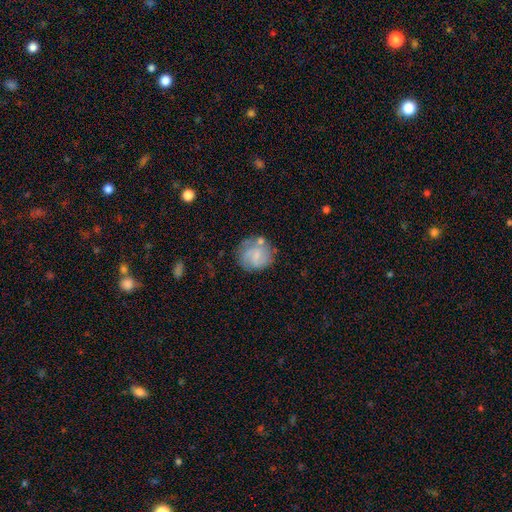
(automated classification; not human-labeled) Overall: smooth (49%; featured or disk 43%). Merging: none (61%).